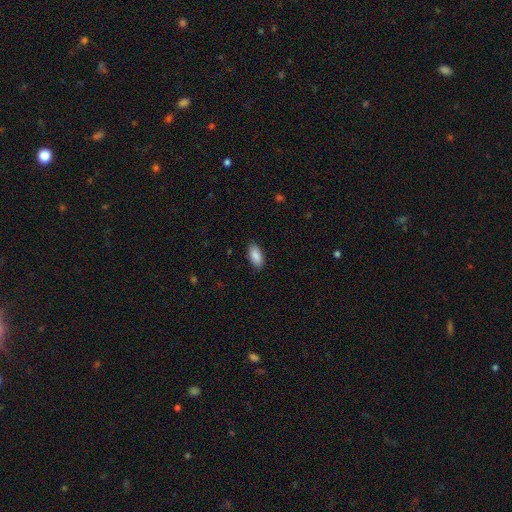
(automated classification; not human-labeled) This is clearly a smooth galaxy (90%). How rounded: clearly in between (92%). Merging: clearly none (89%).